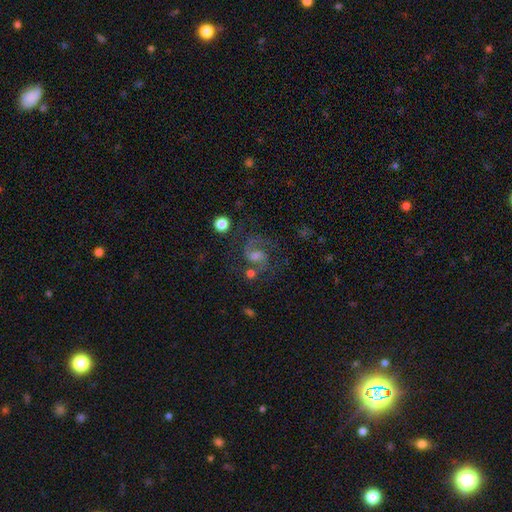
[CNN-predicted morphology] The model was most divided on "bulge size": moderate: 44%, small: 34%, none: 11%, large: 9%, dominant: 2%. More confident: edge-on disk — no (98%); spiral arms — yes (95%); spiral arm count — 2 (88%); smooth or featured — featured or disk (78%); merging — none (67%); spiral winding — medium (59%); bar — weak (51%).